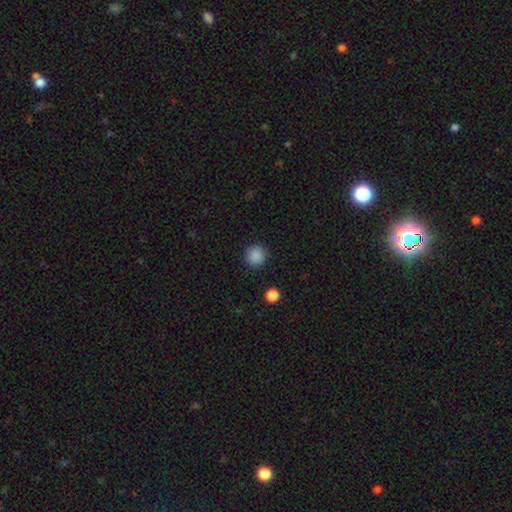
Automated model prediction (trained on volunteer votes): This is clearly a smooth galaxy (88%). How rounded: clearly round (94%). Merging: clearly none (91%).